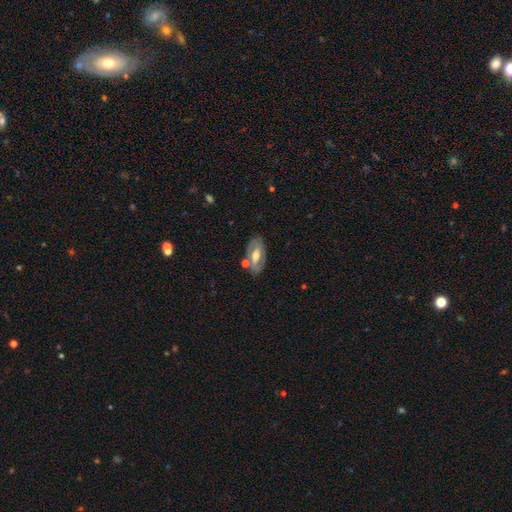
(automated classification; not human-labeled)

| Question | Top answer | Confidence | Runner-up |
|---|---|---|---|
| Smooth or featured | featured or disk | 61% | smooth (32%) |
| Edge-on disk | no | 85% | yes (15%) |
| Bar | strong | 35% | weak (34%) |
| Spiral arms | no | 55% | yes (45%) |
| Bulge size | moderate | 70% | small (19%) |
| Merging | none | 72% | minor disturbance (15%) |